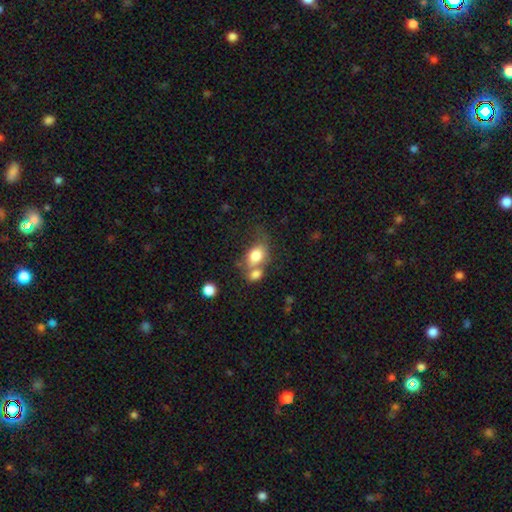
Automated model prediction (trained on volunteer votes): A smooth galaxy with no disk features (78%) that is in between round and cigar-shaped (71%). Merging: merger (49%).